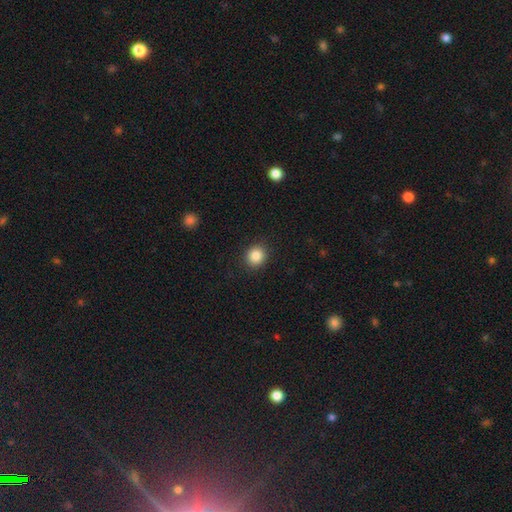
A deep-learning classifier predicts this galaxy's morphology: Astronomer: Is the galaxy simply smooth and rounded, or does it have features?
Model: smooth — 85%.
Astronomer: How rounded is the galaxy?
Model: round — 80%.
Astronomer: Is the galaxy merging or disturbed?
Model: none — 90%.